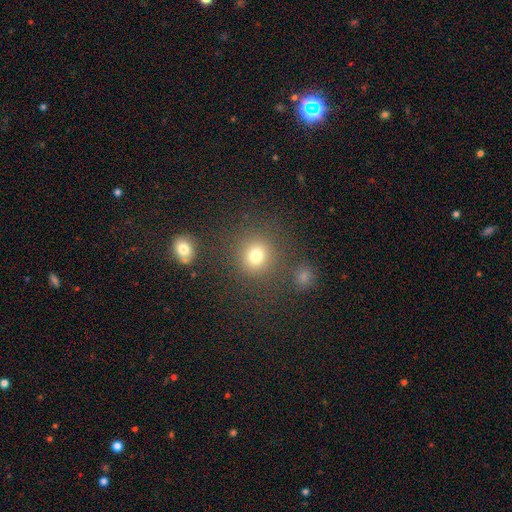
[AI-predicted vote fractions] smooth 77%, star or artifact 16%, featured or disk 7%. Down the decision tree: how rounded — round (85%); merging — none (80%).